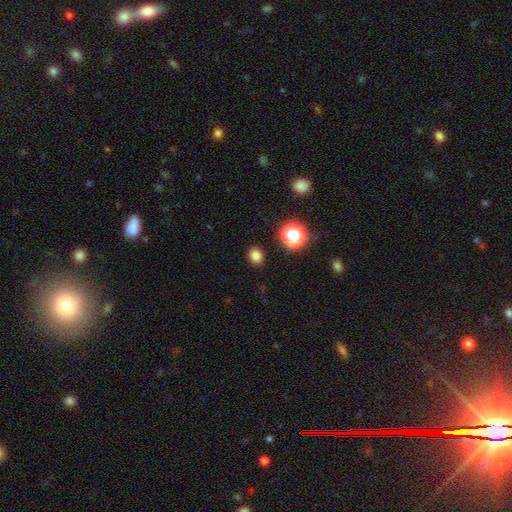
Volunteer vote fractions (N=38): smooth-or-featured: smooth: 92% | star or artifact: 8% | featured or disk: 0%
  how-rounded: round: 60% | in between: 40% | cigar-shaped: 0%
  merging: none: 97% | minor disturbance: 3% | major disturbance: 0% | merger: 0%